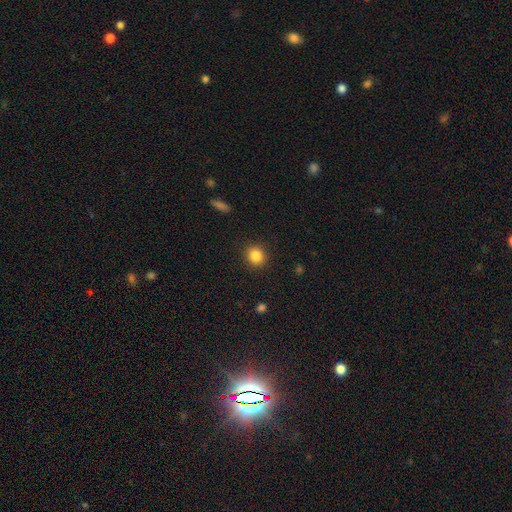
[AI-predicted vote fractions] Overall: smooth (86%). How rounded: round (85%). Merging: none (90%).